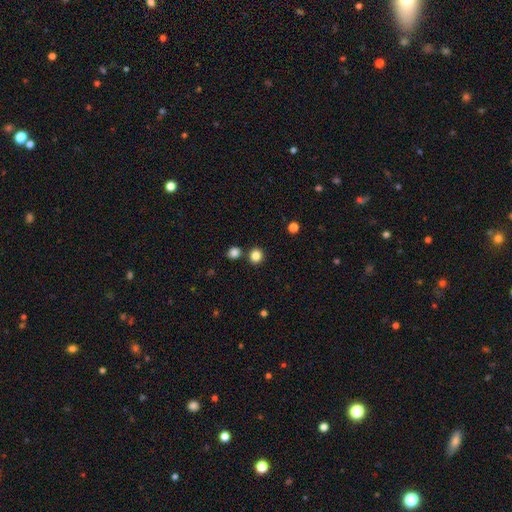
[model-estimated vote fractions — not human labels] This is clearly a smooth galaxy (84%). How rounded: clearly round (87%). Merging: clearly none (82%).